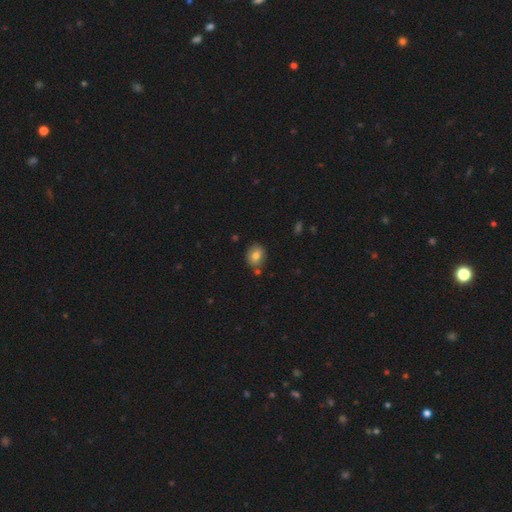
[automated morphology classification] Smooth or featured: smooth — 77% (featured or disk — 13%)
How rounded: round — 55% (in between — 44%)
Merging: none — 77% (minor disturbance — 13%)